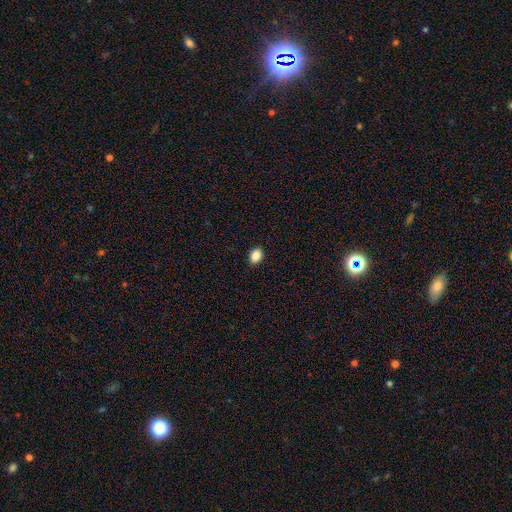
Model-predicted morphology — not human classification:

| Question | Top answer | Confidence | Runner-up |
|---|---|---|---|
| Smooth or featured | smooth | 87% | star or artifact (9%) |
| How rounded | in between | 65% | round (34%) |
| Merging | none | 90% | minor disturbance (7%) |